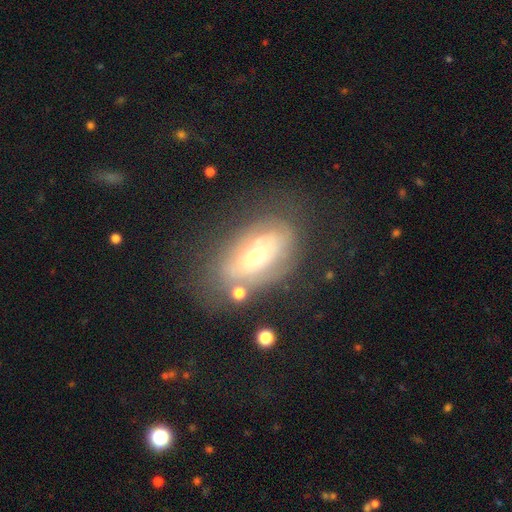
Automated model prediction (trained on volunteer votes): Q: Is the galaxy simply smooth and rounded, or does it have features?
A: featured or disk — 60%.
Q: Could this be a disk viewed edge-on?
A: no — 88%.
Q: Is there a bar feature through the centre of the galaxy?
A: no — 72%.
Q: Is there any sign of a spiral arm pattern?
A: yes — 55%.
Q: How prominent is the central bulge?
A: moderate — 59%.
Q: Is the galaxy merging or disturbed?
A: none — 62%.